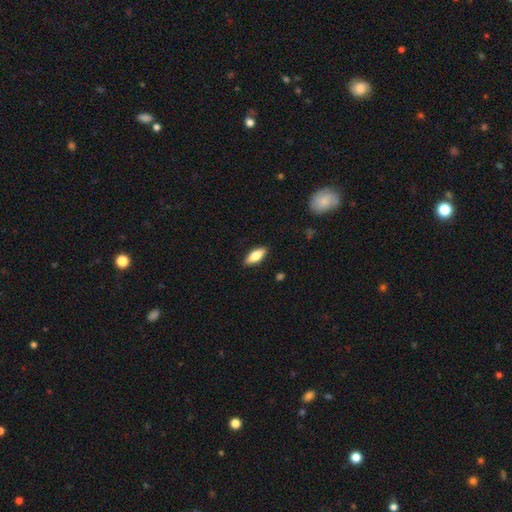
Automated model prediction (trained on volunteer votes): Overall: smooth (72%). How rounded: in between (73%). Merging: none (88%).